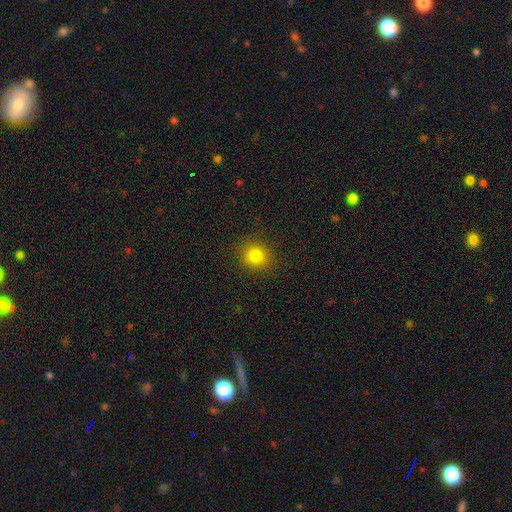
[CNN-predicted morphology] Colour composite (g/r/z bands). It shows a smooth galaxy with no disk features (81%) that is round (82%). Merging: none (90%).